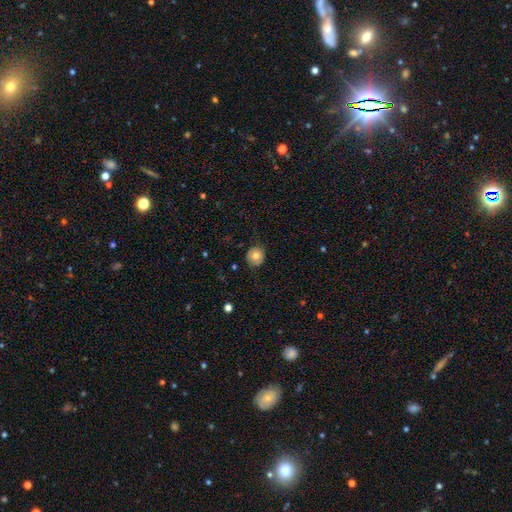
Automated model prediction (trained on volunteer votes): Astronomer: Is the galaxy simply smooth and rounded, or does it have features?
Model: smooth — 72%.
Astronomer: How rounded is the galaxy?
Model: round — 89%.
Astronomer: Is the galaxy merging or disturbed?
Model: none — 80%.